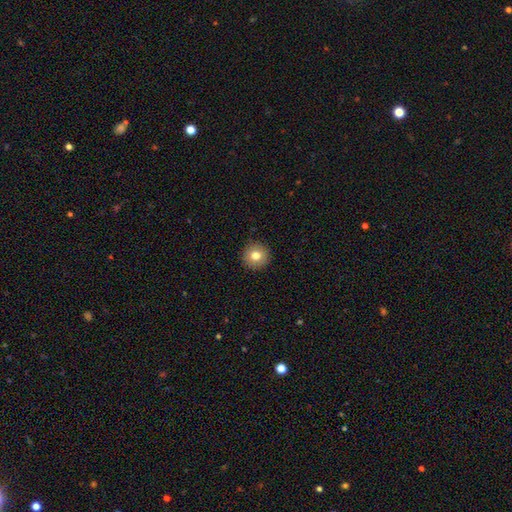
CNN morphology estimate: Smooth or featured? smooth (79%)
How rounded? round (95%)
Merging? none (92%)